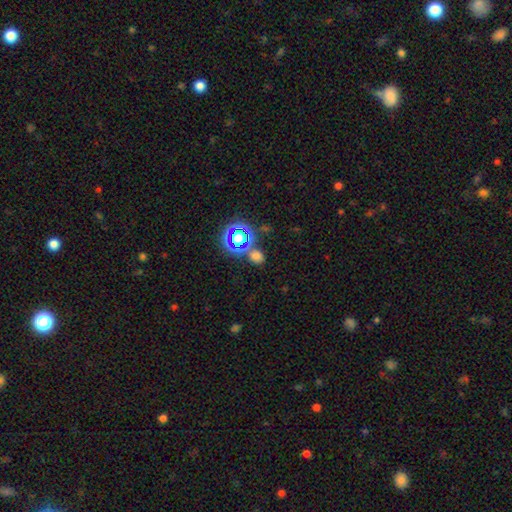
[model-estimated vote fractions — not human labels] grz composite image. It shows a smooth galaxy with no disk features (61%) that is round (69%). Merging: none (70%).